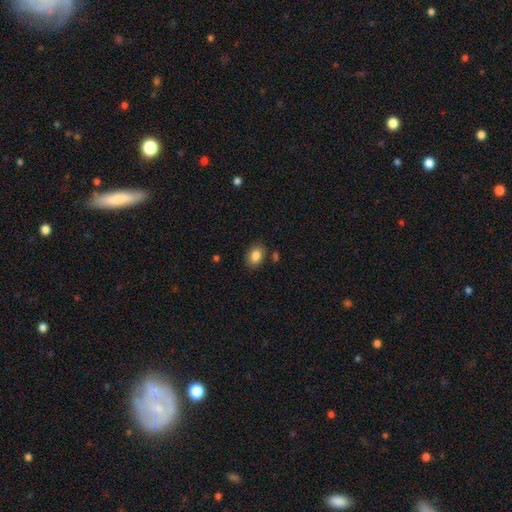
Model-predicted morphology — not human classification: A smooth galaxy with no disk features (85%) that is in between round and cigar-shaped (79%). Merging: none (81%).